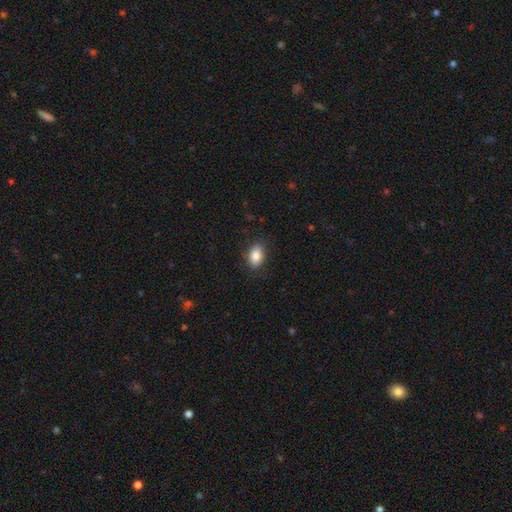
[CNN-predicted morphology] Overall: smooth (85%). How rounded: in between (87%). Merging: none (84%).